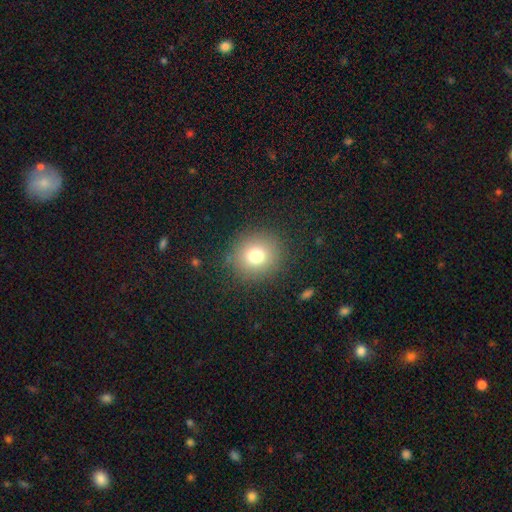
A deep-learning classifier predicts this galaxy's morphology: smooth-or-featured: smooth: 76% | star or artifact: 14% | featured or disk: 10%
  how-rounded: round: 87% | in between: 12% | cigar-shaped: 1%
  merging: none: 87% | minor disturbance: 8% | major disturbance: 4% | merger: 1%